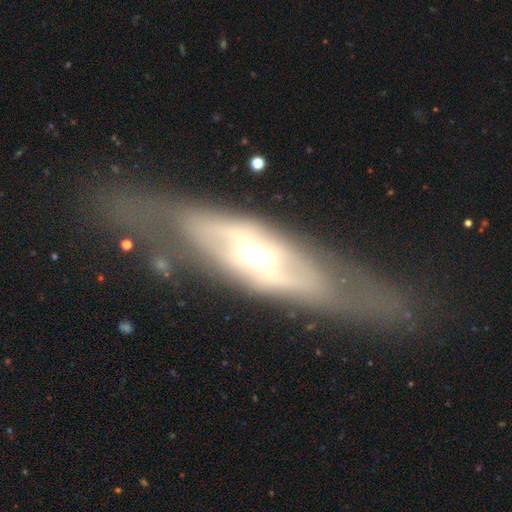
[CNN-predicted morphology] Q: Smooth or featured?
A: featured or disk (72%); runner-up: smooth (21%)
Q: Edge-on disk?
A: no (55%); runner-up: yes (45%)
Q: Merging?
A: none (67%); runner-up: minor disturbance (16%)